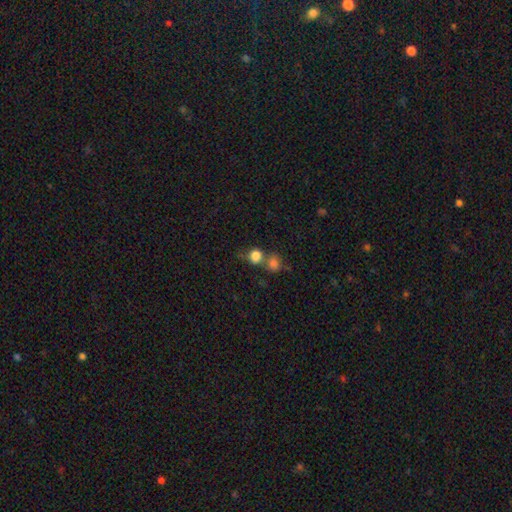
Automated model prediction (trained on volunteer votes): This appears to be a smooth galaxy with no disk features (82%) that is round (82%). Merging: none (45%).